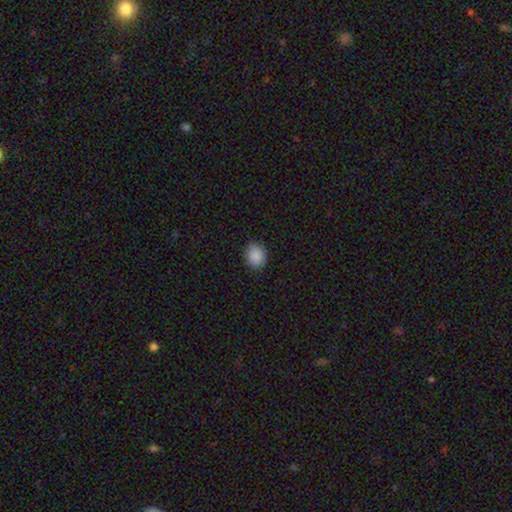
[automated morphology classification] Q: Smooth or featured?
A: smooth (89%); runner-up: star or artifact (8%)
Q: How rounded?
A: round (60%); runner-up: in between (39%)
Q: Merging?
A: none (88%); runner-up: minor disturbance (9%)